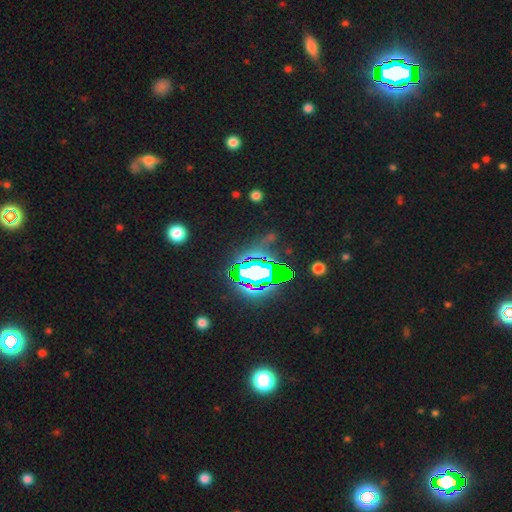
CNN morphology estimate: This is clearly a star or artifact rather than a galaxy (82%).